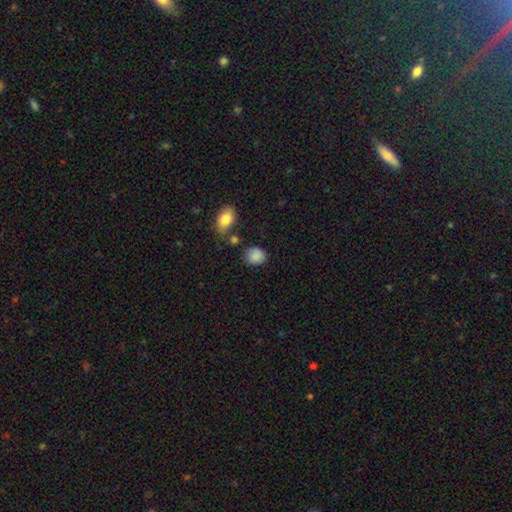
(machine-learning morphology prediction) Smooth or featured: smooth — 87% (star or artifact — 8%)
How rounded: round — 55% (in between — 44%)
Merging: none — 70% (minor disturbance — 18%)